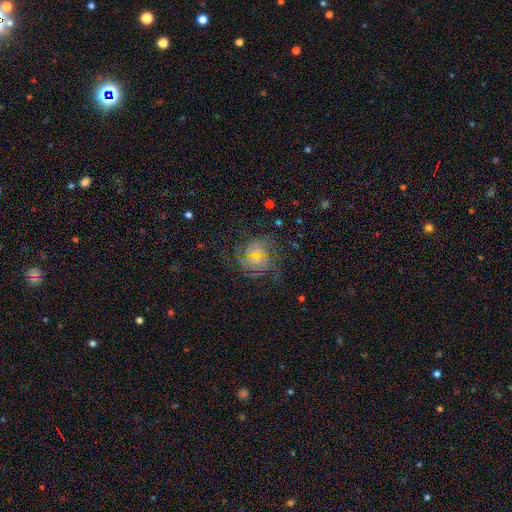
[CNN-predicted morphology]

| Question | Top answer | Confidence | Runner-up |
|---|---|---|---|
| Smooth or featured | featured or disk | 54% | smooth (23%) |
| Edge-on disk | no | 97% | yes (3%) |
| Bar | no | 61% | weak (32%) |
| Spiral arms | yes | 85% | no (15%) |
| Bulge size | small | 55% | moderate (29%) |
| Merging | none | 69% | minor disturbance (16%) |